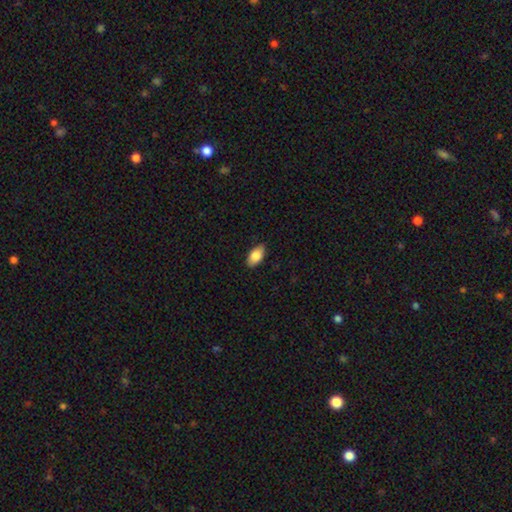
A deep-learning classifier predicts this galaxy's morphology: Smooth or featured: smooth — 84% (featured or disk — 10%)
How rounded: in between — 93% (round — 4%)
Merging: none — 86% (minor disturbance — 11%)